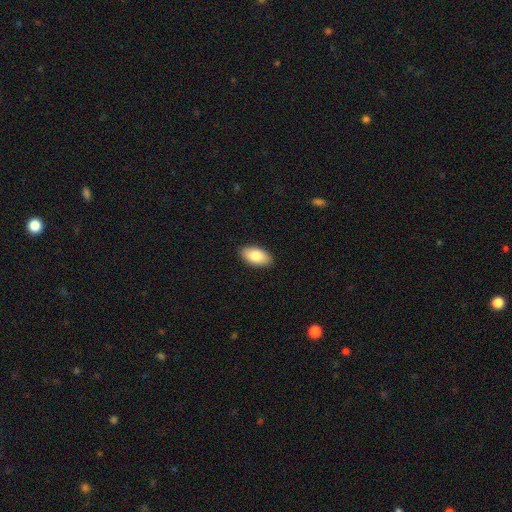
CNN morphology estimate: Smooth or featured? Predicted: smooth (p=0.85). How rounded? Predicted: in between (p=0.95). Merging? Predicted: none (p=0.89).